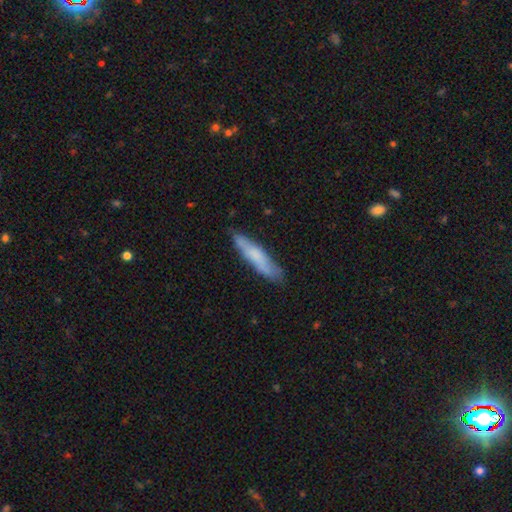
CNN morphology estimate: The model was most divided on "smooth or featured": smooth: 66%, featured or disk: 28%, star or artifact: 6%. More confident: how rounded — cigar-shaped (86%); merging — none (77%).